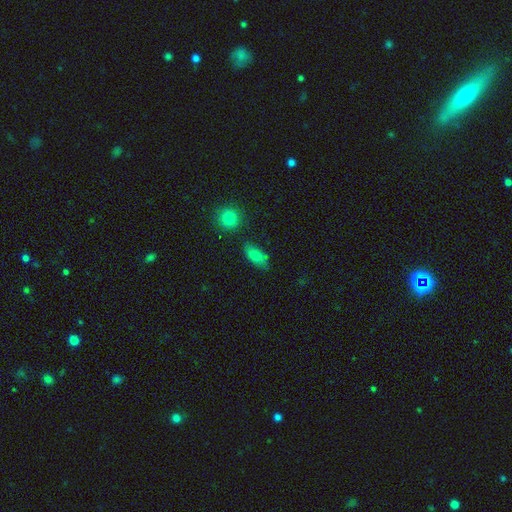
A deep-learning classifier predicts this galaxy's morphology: This appears to be a smooth galaxy with no disk features (77%) that is in between round and cigar-shaped (85%). Merging: none (73%).